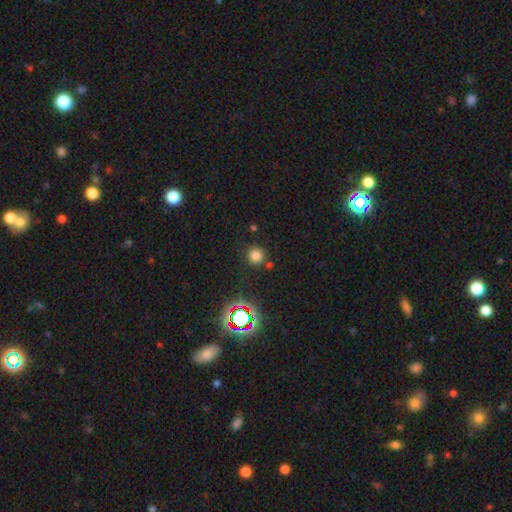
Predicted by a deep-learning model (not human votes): Q: Smooth or featured?
A: smooth (73%); runner-up: star or artifact (21%)
Q: How rounded?
A: round (93%); runner-up: in between (6%)
Q: Merging?
A: none (81%); runner-up: minor disturbance (9%)